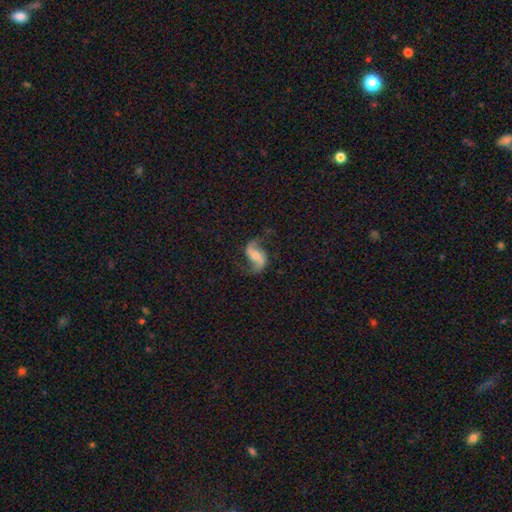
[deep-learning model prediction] smooth-or-featured: featured or disk: 86% | smooth: 8% | star or artifact: 6%
  disk-edge-on: no: 97% | yes: 3%
    bar: weak: 40% | no: 31% | strong: 29%
    has-spiral-arms: yes: 96% | no: 4%
      spiral-winding: loose: 75% | medium: 20% | tight: 5%
      spiral-arm-count: 2: 93% | 1: 2% | can't tell: 2% | 3: 1% | 4: 1% | more than 4: 1%
    bulge-size: moderate: 52% | small: 34% | large: 7% | none: 6% | dominant: 2%
  merging: none: 76% | minor disturbance: 14% | major disturbance: 9% | merger: 2%